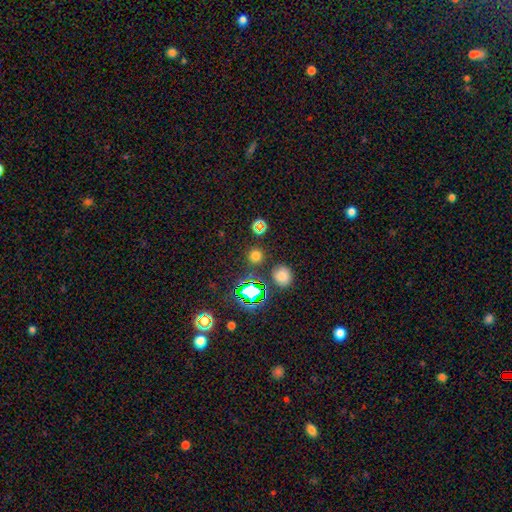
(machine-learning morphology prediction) Smooth or featured: smooth — 62% (star or artifact — 32%)
How rounded: round — 91% (in between — 8%)
Merging: none — 84% (minor disturbance — 7%)